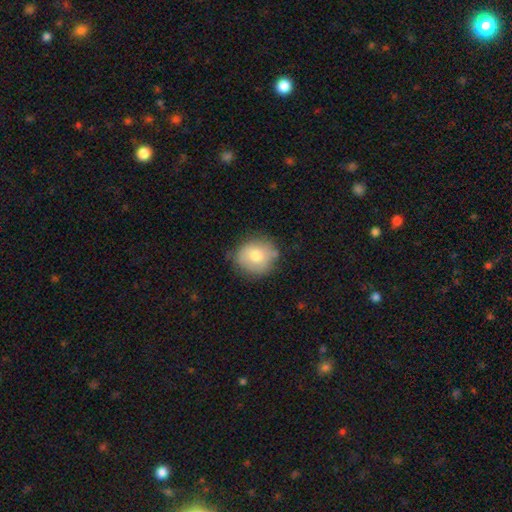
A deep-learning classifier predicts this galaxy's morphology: This appears to be a smooth galaxy with no disk features (74%) that is round (79%). Merging: none (73%).